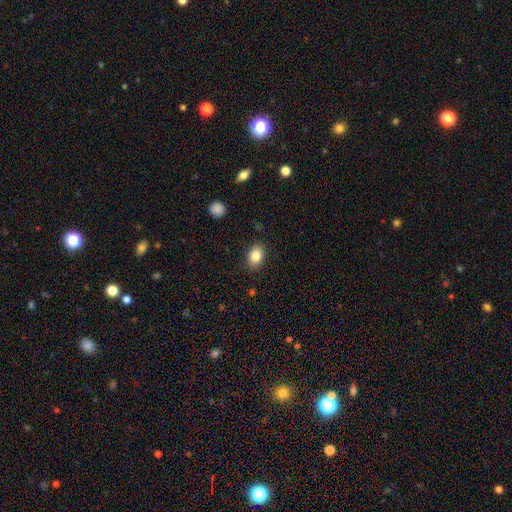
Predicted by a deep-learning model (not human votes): smooth-or-featured: smooth: 83% | star or artifact: 9% | featured or disk: 8%
  how-rounded: in between: 74% | round: 25% | cigar-shaped: 1%
  merging: none: 87% | minor disturbance: 9% | major disturbance: 2% | merger: 1%